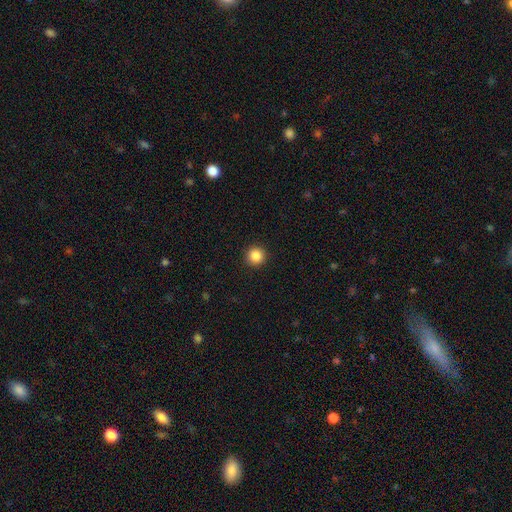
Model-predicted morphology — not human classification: Smooth or featured? smooth (86%)
How rounded? round (95%)
Merging? none (93%)